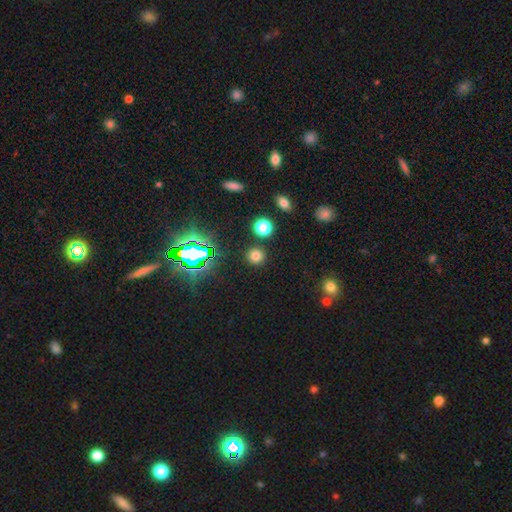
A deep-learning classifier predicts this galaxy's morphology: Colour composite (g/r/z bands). It shows a smooth galaxy with no disk features (72%) that is round (92%). Merging: none (89%).